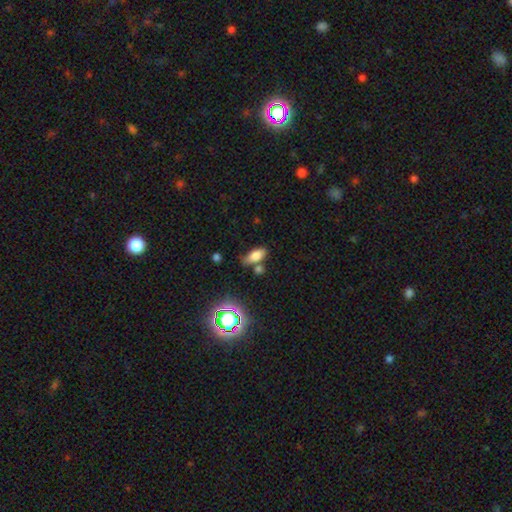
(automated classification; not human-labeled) A smooth galaxy with no disk features (76%) that is in between round and cigar-shaped (84%).

Vote fractions:
- Smooth or featured? smooth: 76% / star or artifact: 14% / featured or disk: 10%
- How rounded? in between: 84% / cigar-shaped: 10% / round: 5%
- Merging? none: 59% / minor disturbance: 20% / merger: 15% / major disturbance: 6%